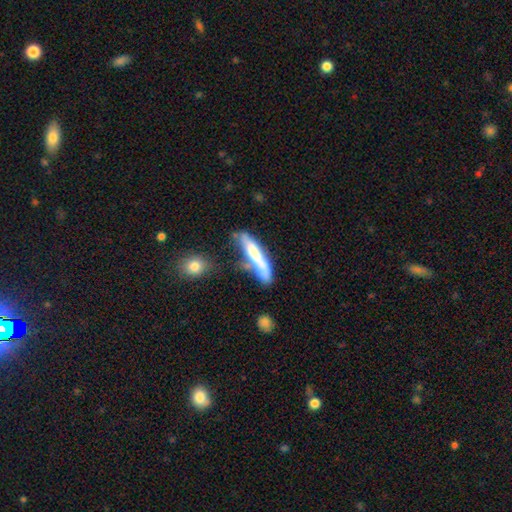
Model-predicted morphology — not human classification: This appears to be a smooth galaxy with no disk features (58%) that is cigar-shaped (85%). Merging: none (41%).